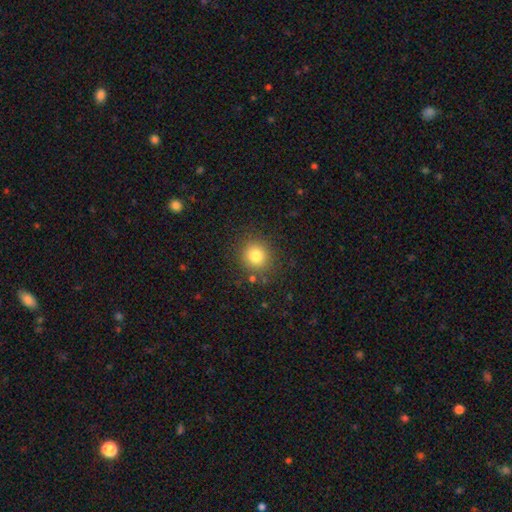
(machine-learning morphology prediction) A smooth galaxy with no disk features (80%) that is round (88%).

Vote fractions:
- Smooth or featured? smooth: 80% / star or artifact: 12% / featured or disk: 7%
- How rounded? round: 88% / in between: 11% / cigar-shaped: 1%
- Merging? none: 87% / minor disturbance: 8% / major disturbance: 3% / merger: 2%